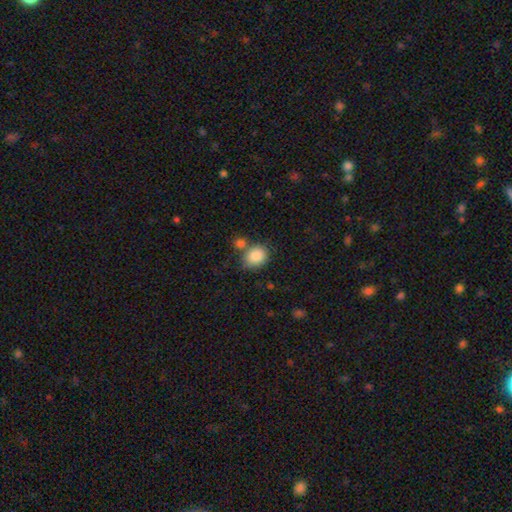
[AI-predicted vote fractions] A smooth galaxy with no disk features (86%) that is round (54%). Merging: none (61%).